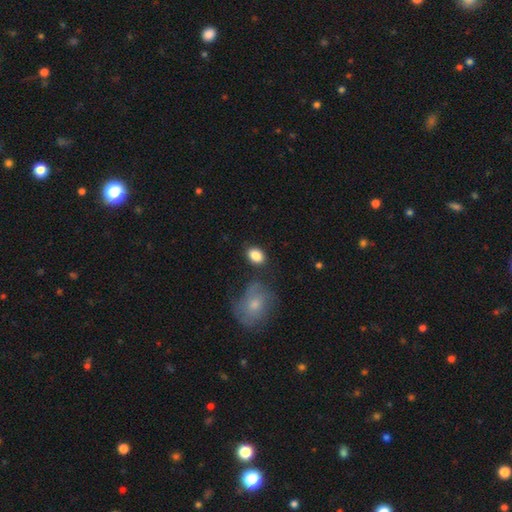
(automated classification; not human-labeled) Overall: smooth (87%). How rounded: in between (79%). Merging: none (77%).